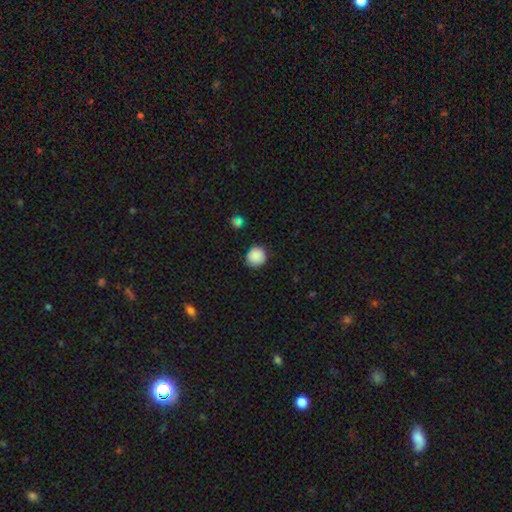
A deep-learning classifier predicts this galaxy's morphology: Smooth or featured? Predicted: smooth (p=0.86). How rounded? Predicted: round (p=0.93). Merging? Predicted: none (p=0.85).